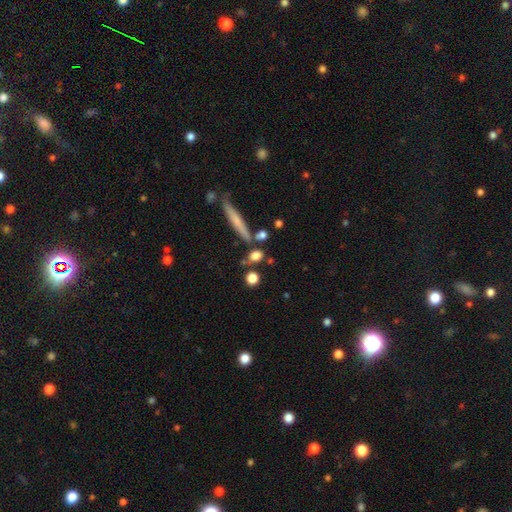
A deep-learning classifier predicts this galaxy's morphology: Smooth or featured: smooth — 76% (featured or disk — 13%)
How rounded: round — 51% (in between — 31%)
Merging: none — 69% (merger — 15%)